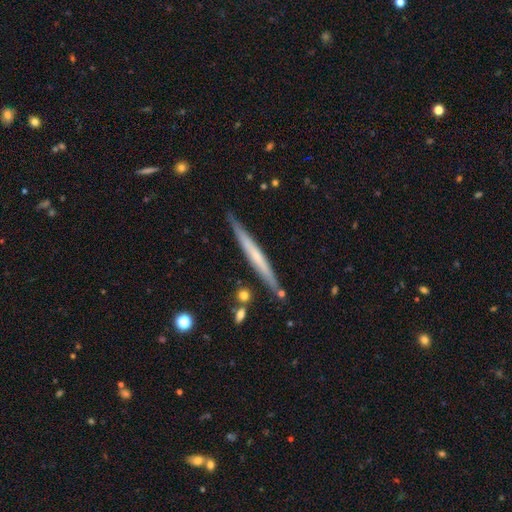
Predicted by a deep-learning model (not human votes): Overall: featured or disk (53%; smooth 41%). Edge-on disk: yes (96%). Edge-on bulge: none (76%). Merging: none (87%).